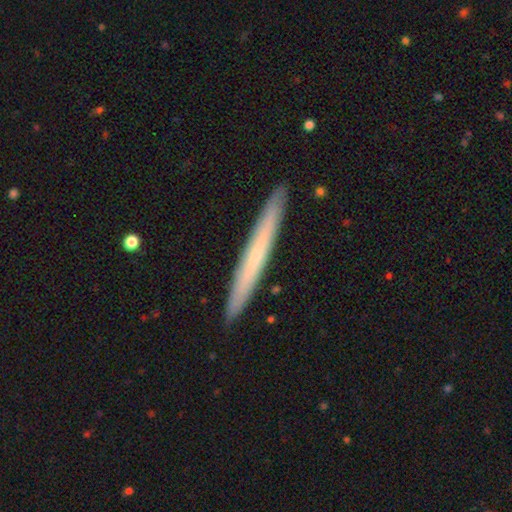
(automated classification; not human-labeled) Smooth or featured? Predicted: smooth (p=0.51). How rounded? Predicted: cigar-shaped (p=0.97). Merging? Predicted: none (p=0.92).